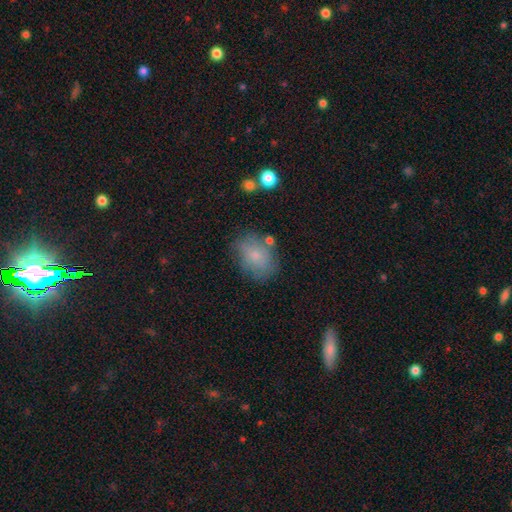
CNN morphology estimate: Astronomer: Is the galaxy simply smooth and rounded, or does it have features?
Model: smooth — 72%.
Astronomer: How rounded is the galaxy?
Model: in between — 67%.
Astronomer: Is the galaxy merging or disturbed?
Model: none — 66%.